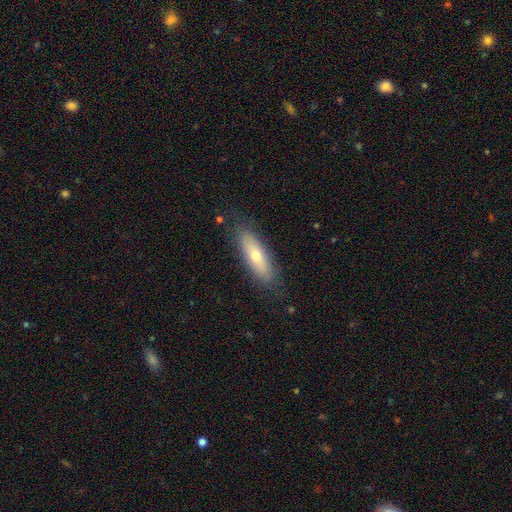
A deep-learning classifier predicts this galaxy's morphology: Smooth or featured: smooth — 62% (featured or disk — 31%)
How rounded: cigar-shaped — 52% (in between — 45%)
Merging: none — 84% (minor disturbance — 12%)